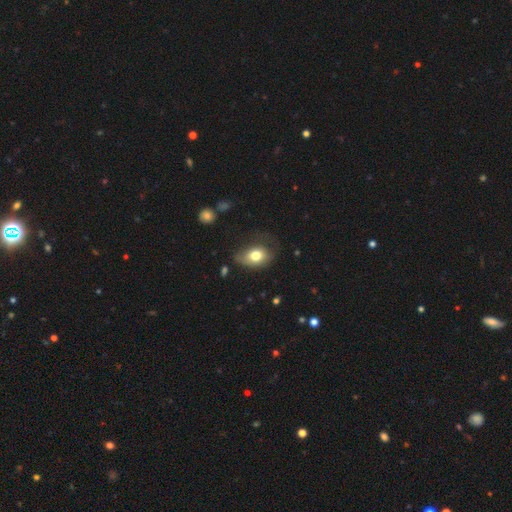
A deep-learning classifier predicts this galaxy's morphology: Overall: smooth (72%). How rounded: in between (75%). Merging: none (40%; minor disturbance 34%).